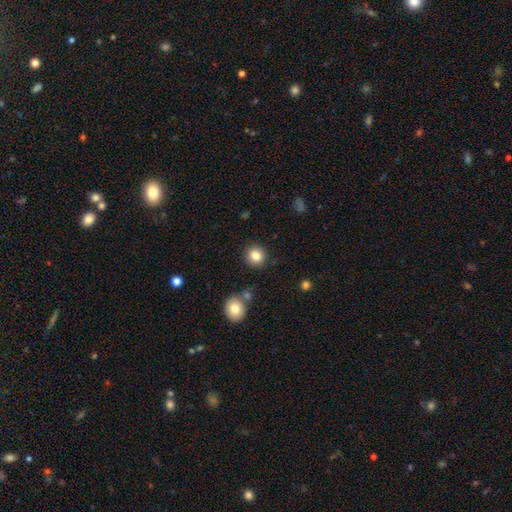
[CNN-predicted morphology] Smooth or featured? smooth (84%)
How rounded? round (90%)
Merging? none (87%)